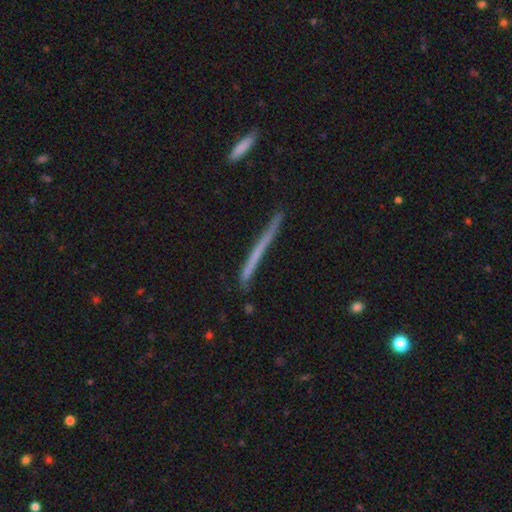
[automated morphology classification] A featured or disk galaxy (47%). Merging: none (83%).